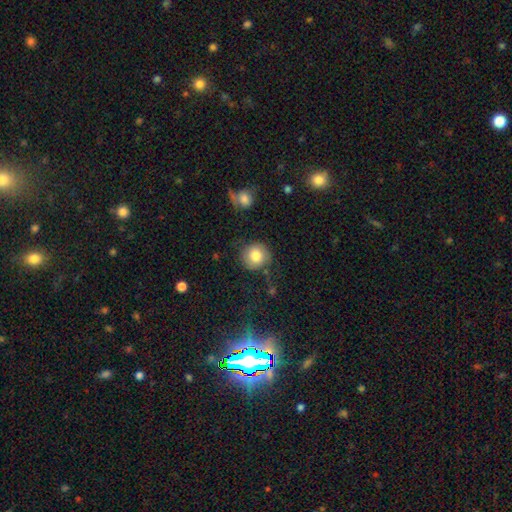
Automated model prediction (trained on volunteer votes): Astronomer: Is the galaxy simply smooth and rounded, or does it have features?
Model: smooth — 79%.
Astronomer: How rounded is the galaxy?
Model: round — 90%.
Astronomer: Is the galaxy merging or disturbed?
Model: none — 75%.